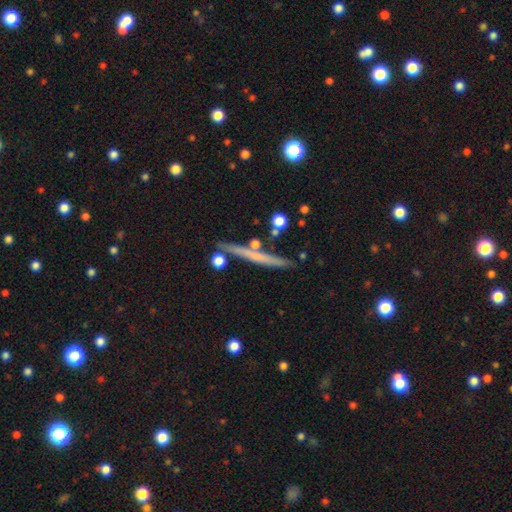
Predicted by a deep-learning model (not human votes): Smooth or featured? Predicted: featured or disk (p=0.51). Edge-on disk? Predicted: yes (p=0.96). Merging? Predicted: none (p=0.84).